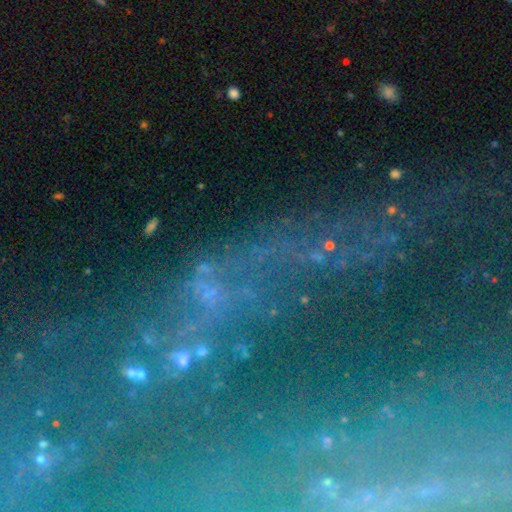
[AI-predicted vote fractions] smooth-or-featured: star or artifact: 49% | featured or disk: 35% | smooth: 15%